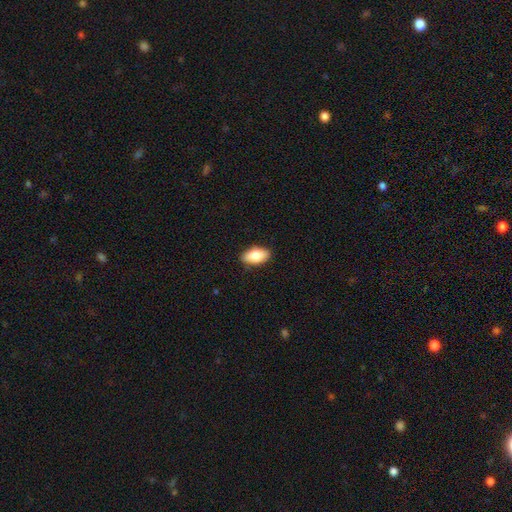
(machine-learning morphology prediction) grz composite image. It shows a smooth galaxy with no disk features (81%) that is in between round and cigar-shaped (92%). Merging: none (88%).